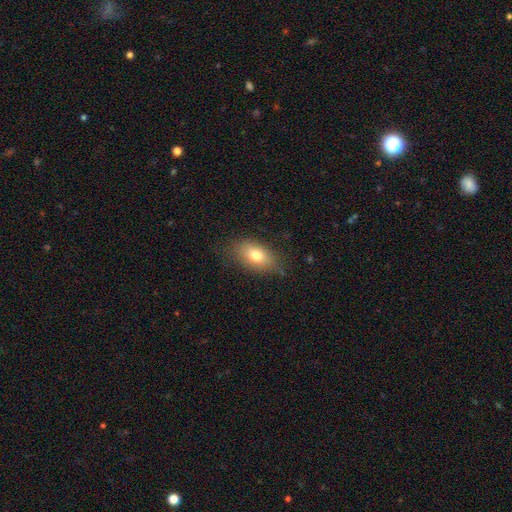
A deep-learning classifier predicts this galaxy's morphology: The model was most divided on "merging": none: 77%, minor disturbance: 17%, major disturbance: 5%, merger: 1%. More confident: how rounded — in between (87%); smooth or featured — smooth (76%).